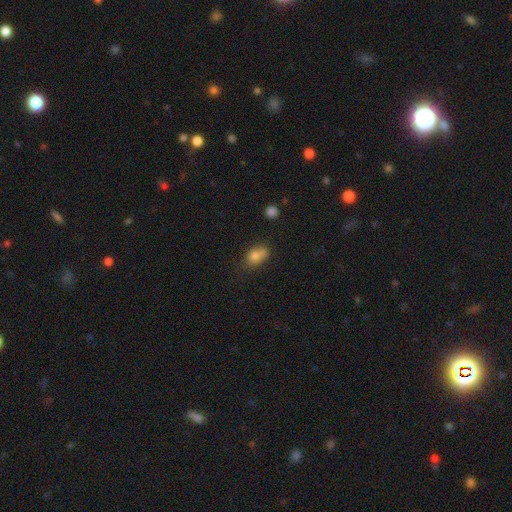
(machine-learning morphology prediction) type=smooth (78%); roundness=in between (71%); merging=none (47%).